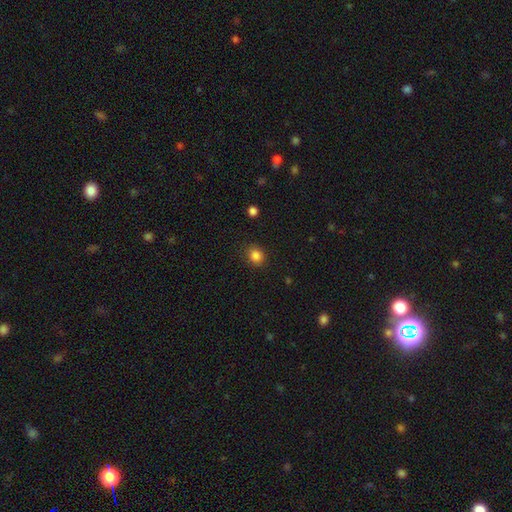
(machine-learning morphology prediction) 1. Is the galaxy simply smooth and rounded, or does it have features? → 85% smooth, 11% star or artifact, 4% featured or disk.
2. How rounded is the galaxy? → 75% round, 24% in between, 1% cigar-shaped.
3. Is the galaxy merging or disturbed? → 88% none, 9% minor disturbance, 3% major disturbance, 1% merger.